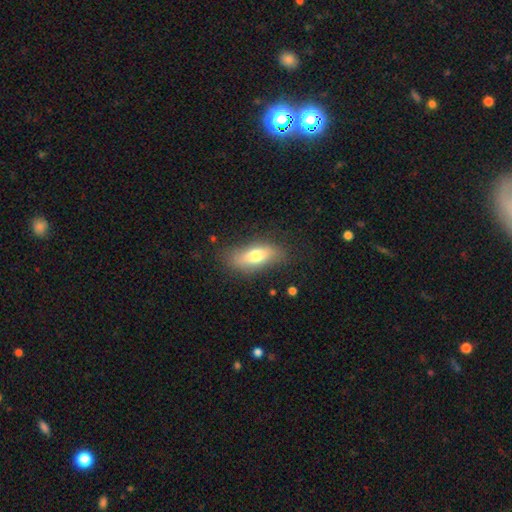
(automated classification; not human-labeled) Smooth or featured? smooth (70%)
How rounded? in between (72%)
Merging? none (77%)